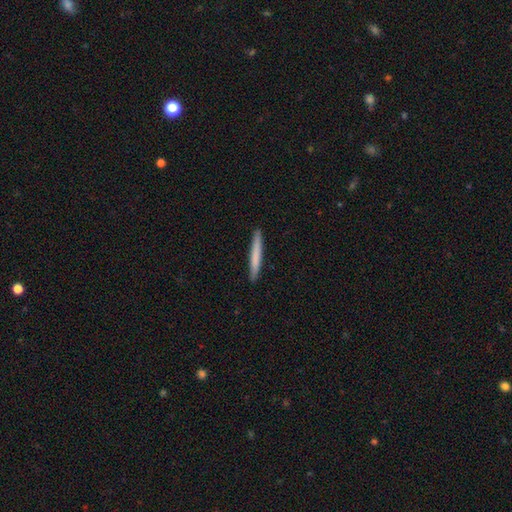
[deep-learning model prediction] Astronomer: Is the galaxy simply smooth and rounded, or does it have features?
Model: smooth — 71%.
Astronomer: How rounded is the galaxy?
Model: cigar-shaped — 97%.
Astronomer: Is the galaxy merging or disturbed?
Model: none — 92%.